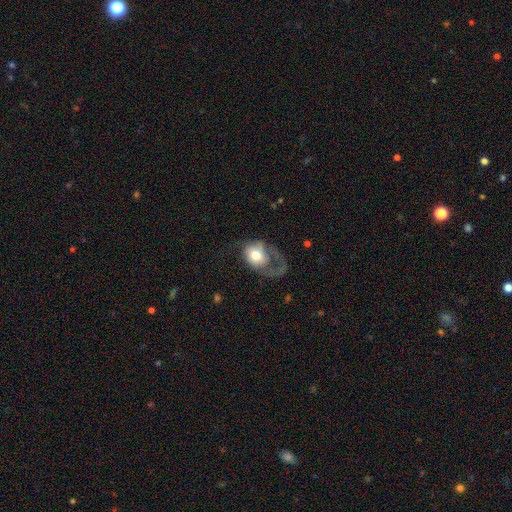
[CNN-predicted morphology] Overall: smooth (54%; featured or disk 39%). How rounded: in between (55%; round 44%). Merging: major disturbance (64%).